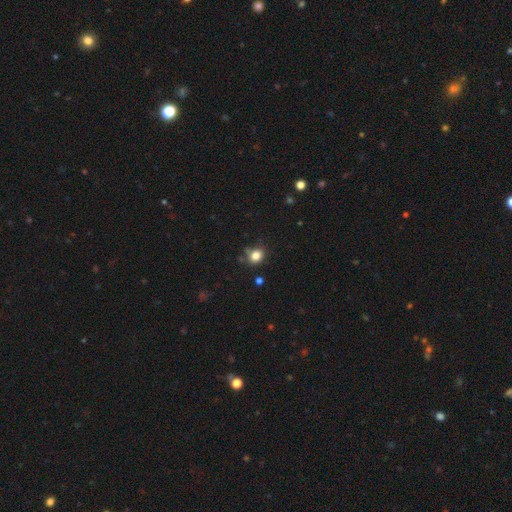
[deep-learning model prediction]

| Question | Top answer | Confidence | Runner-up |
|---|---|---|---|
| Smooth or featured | smooth | 82% | star or artifact (12%) |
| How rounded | round | 70% | in between (29%) |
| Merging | none | 73% | minor disturbance (16%) |